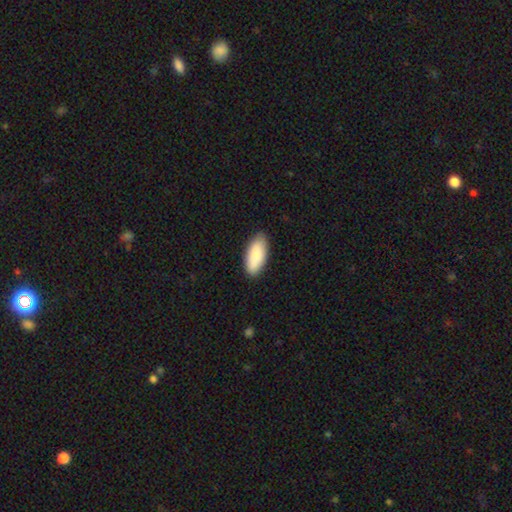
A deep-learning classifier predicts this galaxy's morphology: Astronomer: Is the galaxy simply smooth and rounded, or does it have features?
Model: smooth — 88%.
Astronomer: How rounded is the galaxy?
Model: in between — 86%.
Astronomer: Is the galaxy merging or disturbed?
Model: none — 86%.